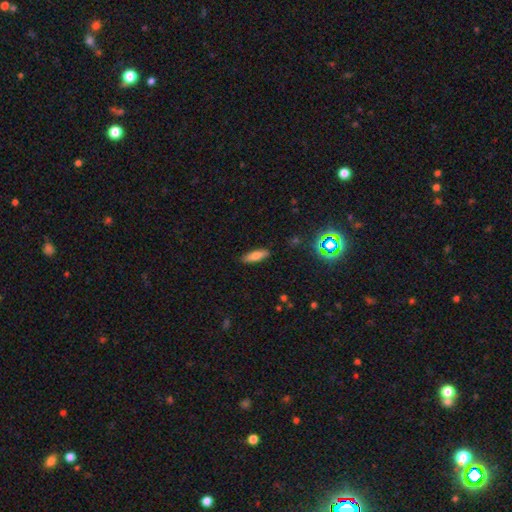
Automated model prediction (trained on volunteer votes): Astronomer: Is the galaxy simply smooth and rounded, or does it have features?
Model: smooth — 70%.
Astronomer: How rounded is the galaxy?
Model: cigar-shaped — 54% (runner-up: in between, 43%).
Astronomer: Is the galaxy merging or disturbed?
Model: none — 88%.